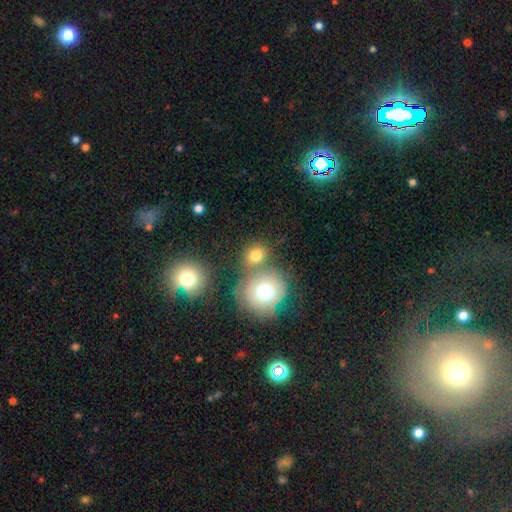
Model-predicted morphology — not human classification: This is likely a smooth galaxy (77%). How rounded: likely round (76%). Merging: possibly none (55%).